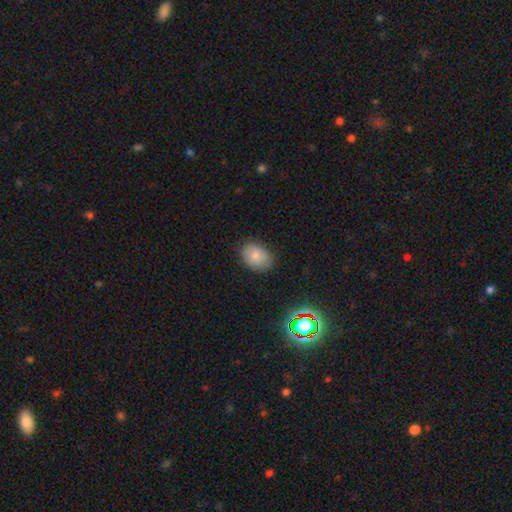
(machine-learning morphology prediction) The model was most divided on "how rounded": in between: 66%, round: 33%, cigar-shaped: 1%. More confident: merging — none (82%); smooth or featured — smooth (81%).